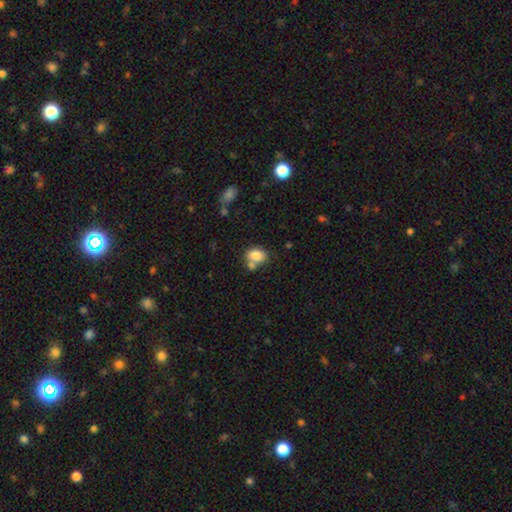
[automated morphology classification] Smooth or featured? smooth (81%)
How rounded? in between (73%)
Merging? none (48%)